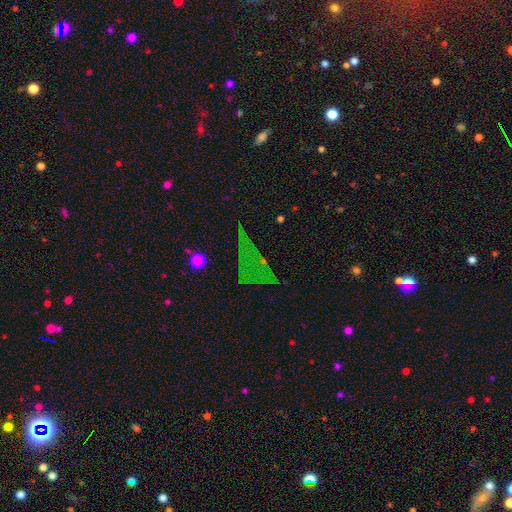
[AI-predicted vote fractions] A star or artifact, not a galaxy (60%).

Vote fractions:
- Smooth or featured? star or artifact: 60% / smooth: 23% / featured or disk: 17%